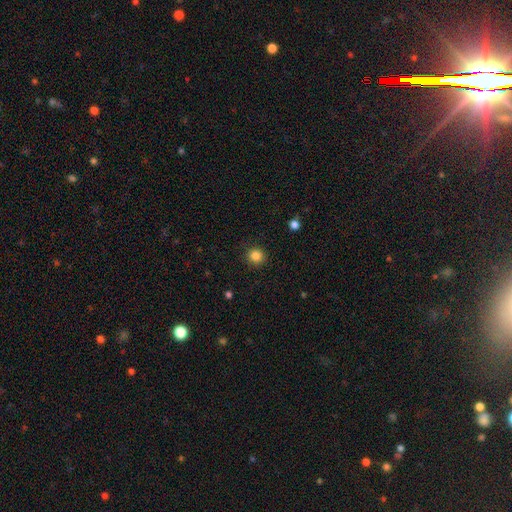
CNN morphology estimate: Q: Smooth or featured?
A: smooth (85%); runner-up: star or artifact (11%)
Q: How rounded?
A: round (91%); runner-up: in between (8%)
Q: Merging?
A: none (90%); runner-up: minor disturbance (6%)